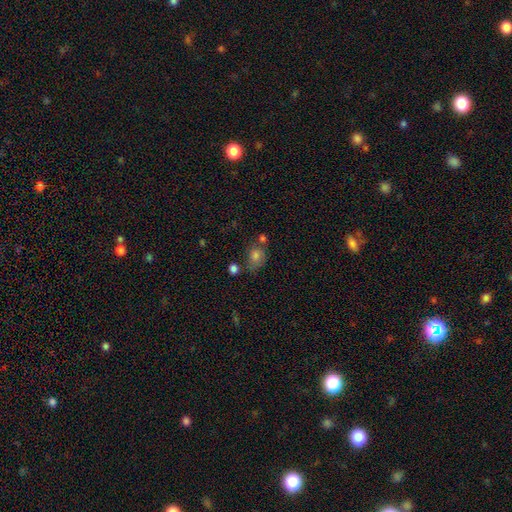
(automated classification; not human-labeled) smooth 72%, featured or disk 14%, star or artifact 14%. Down the decision tree: how rounded — in between (56%); merging — none (53%).